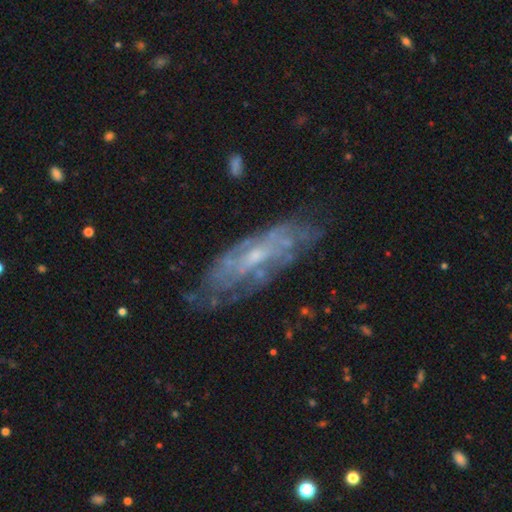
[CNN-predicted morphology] smooth-or-featured: featured or disk: 76% | smooth: 16% | star or artifact: 8%
  disk-edge-on: no: 81% | yes: 19%
    bar: no: 56% | weak: 36% | strong: 8%
    has-spiral-arms: yes: 78% | no: 22%
    bulge-size: small: 65% | moderate: 26% | none: 6% | large: 1% | dominant: 1%
  merging: none: 71% | minor disturbance: 20% | major disturbance: 7% | merger: 2%